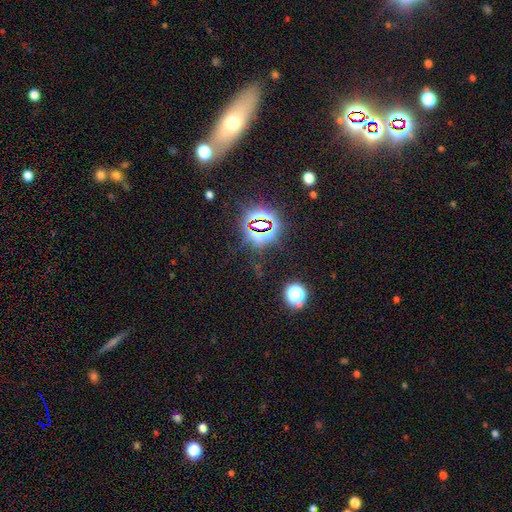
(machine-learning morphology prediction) This is likely a star or artifact rather than a galaxy (74%).